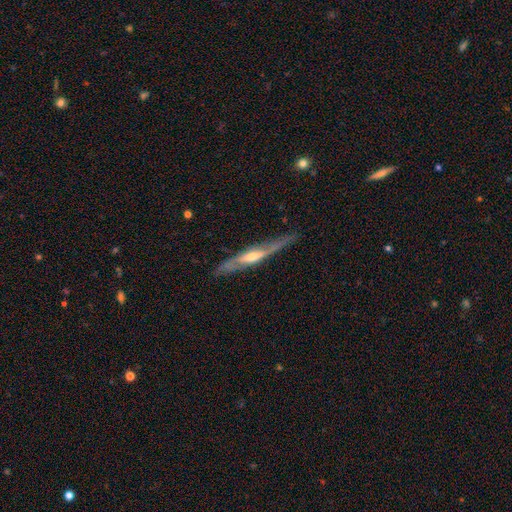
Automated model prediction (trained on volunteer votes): A featured or disk galaxy (74%) viewed edge-on (82%) with a rounded central bulge (65%).

Vote fractions:
- Smooth or featured? featured or disk: 74% / smooth: 20% / star or artifact: 6%
- Edge-on disk? yes: 82% / no: 18%
- Edge-on bulge? rounded: 65% / none: 23% / boxy: 12%
- Merging? none: 74% / minor disturbance: 19% / major disturbance: 5% / merger: 2%